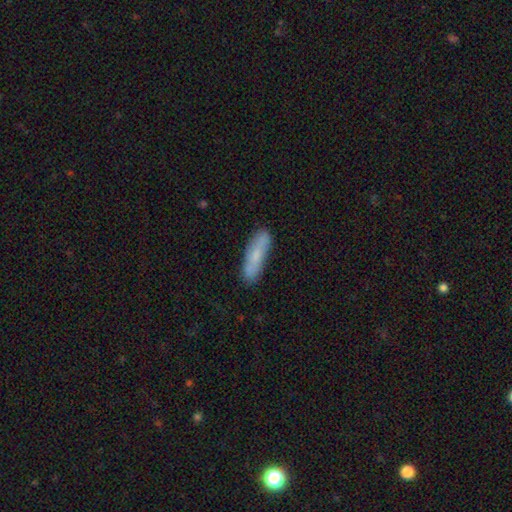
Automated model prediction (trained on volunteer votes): smooth 69%, featured or disk 25%, star or artifact 6%. Down the decision tree: how rounded — cigar-shaped (66%); merging — none (83%).